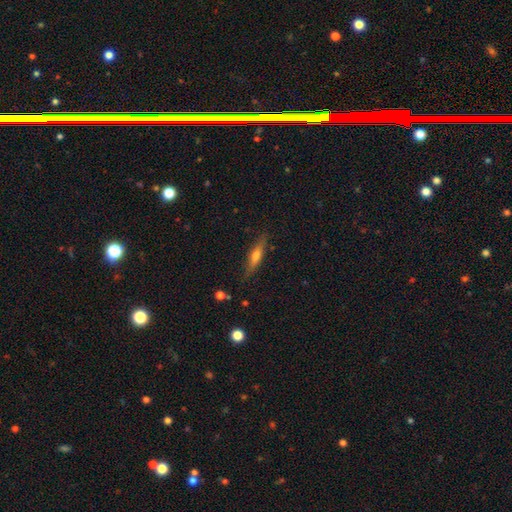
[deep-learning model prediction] A featured or disk galaxy (52%) viewed edge-on (92%).

Vote fractions:
- Smooth or featured? featured or disk: 52% / smooth: 41% / star or artifact: 7%
- Edge-on disk? yes: 92% / no: 8%
- Merging? none: 85% / minor disturbance: 11% / major disturbance: 2% / merger: 1%